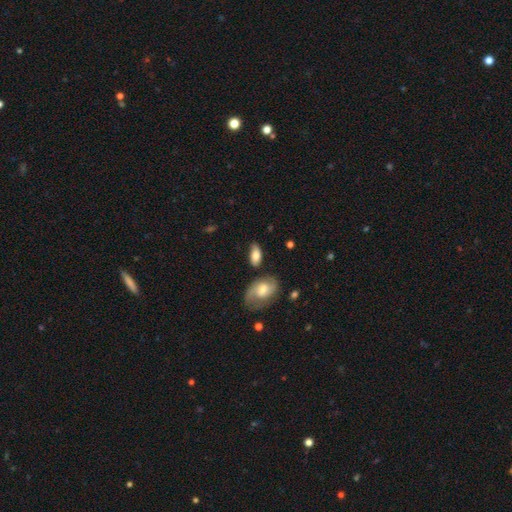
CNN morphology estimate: A smooth galaxy with no disk features (75%) that is in between round and cigar-shaped (89%). Merging: none (66%).